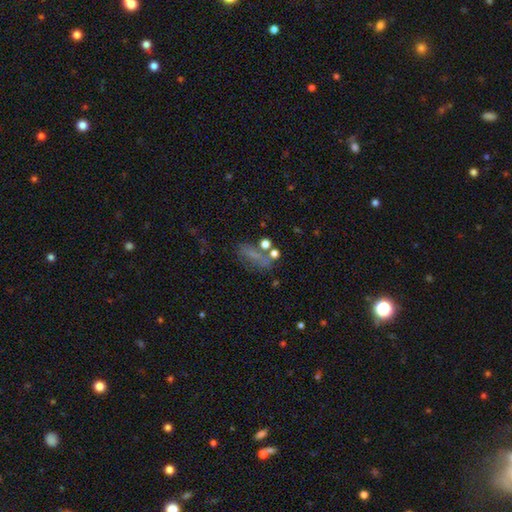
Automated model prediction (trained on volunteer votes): smooth-or-featured: smooth: 47% | featured or disk: 27% | star or artifact: 27%
  merging: none: 52% | minor disturbance: 19% | major disturbance: 16% | merger: 13%